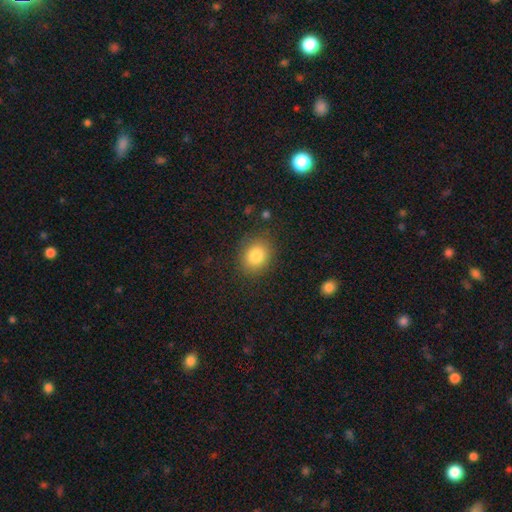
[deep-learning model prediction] Overall: smooth (83%). How rounded: round (57%; in between 42%). Merging: none (84%).